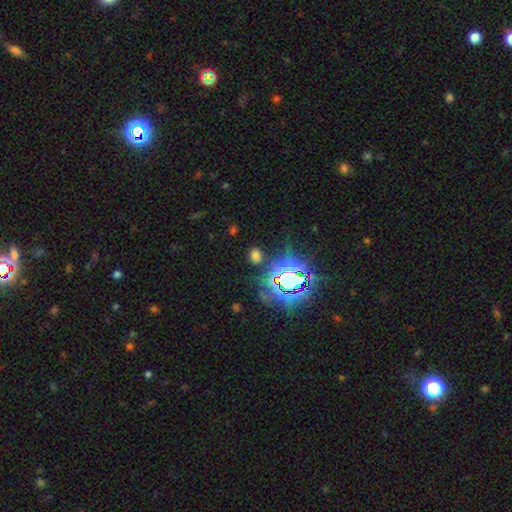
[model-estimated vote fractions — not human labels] Overall: smooth (54%; star or artifact 39%). How rounded: in between (50%; round 48%). Merging: none (82%).